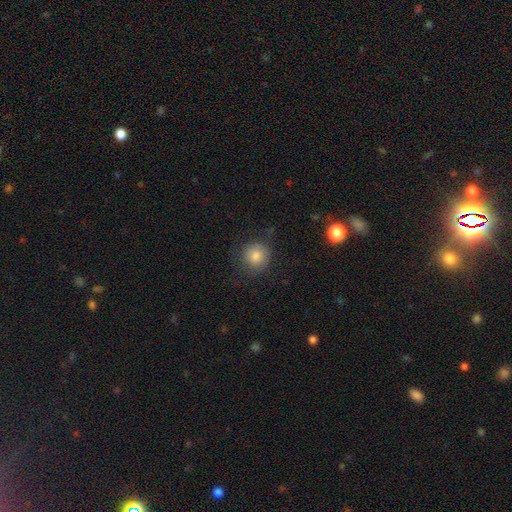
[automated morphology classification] A smooth galaxy with no disk features (80%) that is round (93%). Merging: none (80%).